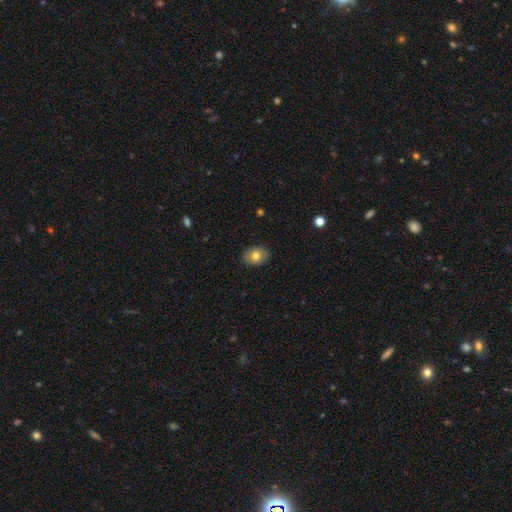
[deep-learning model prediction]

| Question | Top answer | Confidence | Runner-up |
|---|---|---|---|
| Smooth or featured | smooth | 78% | featured or disk (14%) |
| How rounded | in between | 74% | round (25%) |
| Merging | none | 89% | minor disturbance (9%) |